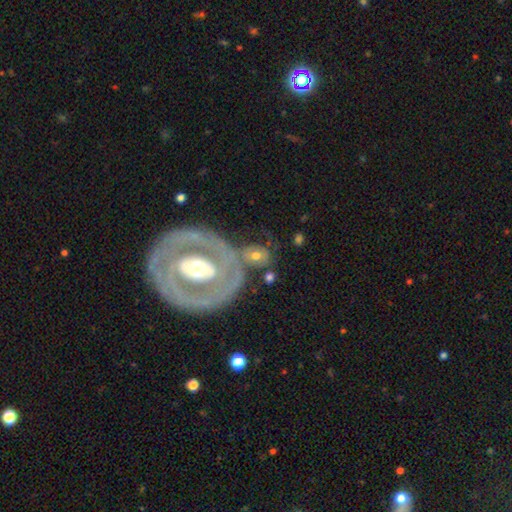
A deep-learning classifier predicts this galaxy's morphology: This is possibly a featured or disk galaxy (51%). It is clearly not viewed edge-on (92%). Merging: possibly none (55%).